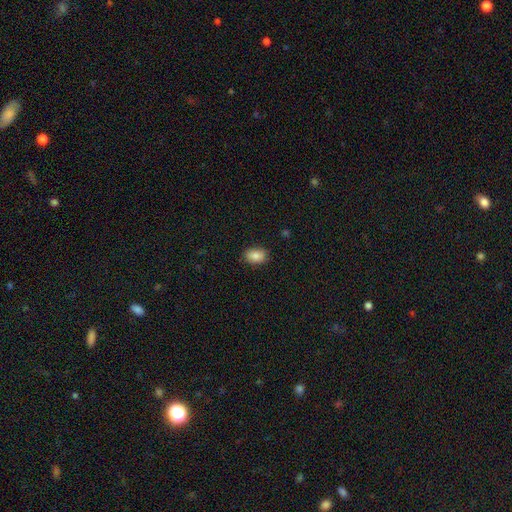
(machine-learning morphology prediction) smooth-or-featured: smooth: 86% | star or artifact: 8% | featured or disk: 6%
  how-rounded: in between: 82% | round: 16% | cigar-shaped: 1%
  merging: none: 86% | minor disturbance: 11% | major disturbance: 2% | merger: 1%